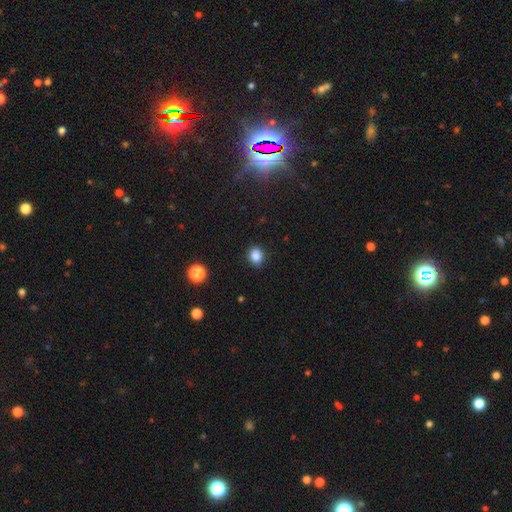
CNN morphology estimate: This appears to be a smooth galaxy with no disk features (86%) that is round (66%). Merging: none (88%).